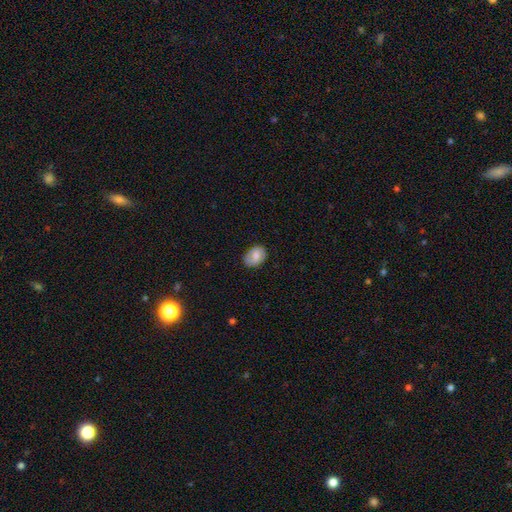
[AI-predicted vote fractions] smooth-or-featured: smooth: 69% | featured or disk: 24% | star or artifact: 7%
  how-rounded: in between: 72% | round: 27% | cigar-shaped: 1%
  merging: none: 79% | minor disturbance: 16% | major disturbance: 3% | merger: 1%